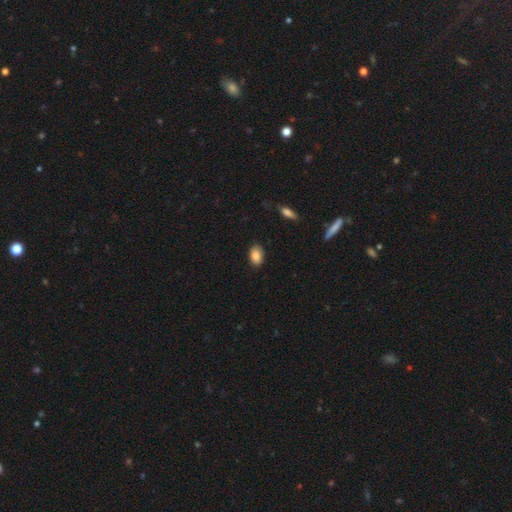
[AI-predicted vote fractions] Smooth or featured? Predicted: smooth (p=0.86). How rounded? Predicted: in between (p=0.88). Merging? Predicted: none (p=0.87).